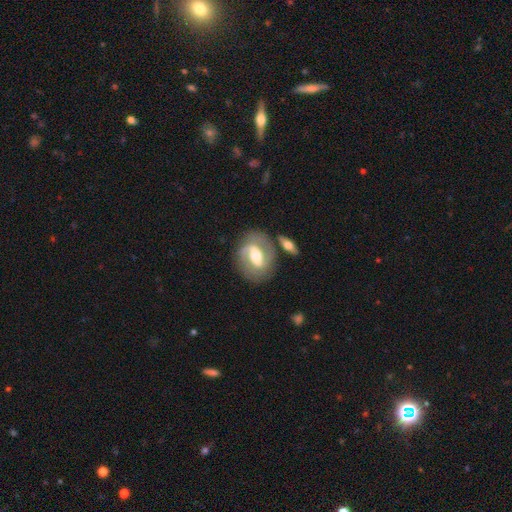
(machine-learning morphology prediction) Smooth or featured: featured or disk — 77% (smooth — 18%)
Edge-on disk: no — 95% (yes — 5%)
Bar: strong — 44% (weak — 39%)
Spiral arms: yes — 84% (no — 16%)
Spiral winding: medium — 45% (tight — 36%)
Spiral arm count: 2 — 81% (can't tell — 9%)
Bulge size: moderate — 69% (small — 17%)
Merging: none — 73% (minor disturbance — 14%)